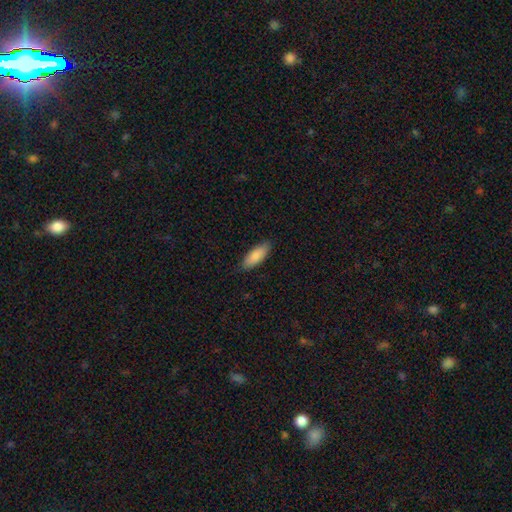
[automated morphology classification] A smooth galaxy with no disk features (88%) that is in between round and cigar-shaped (72%). Merging: none (86%).